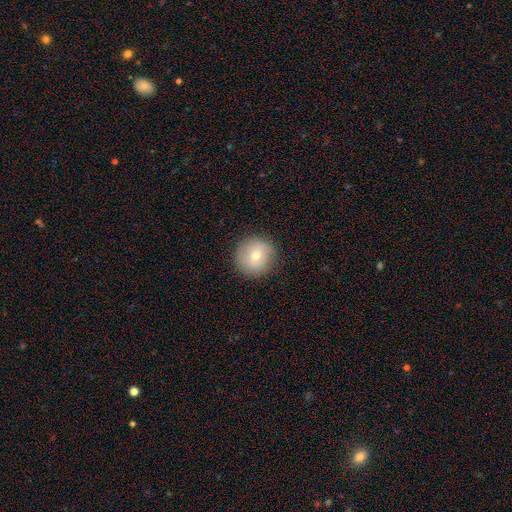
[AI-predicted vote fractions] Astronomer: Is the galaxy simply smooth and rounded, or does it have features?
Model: smooth — 70%.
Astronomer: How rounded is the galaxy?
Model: round — 95%.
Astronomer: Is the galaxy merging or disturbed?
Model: none — 87%.